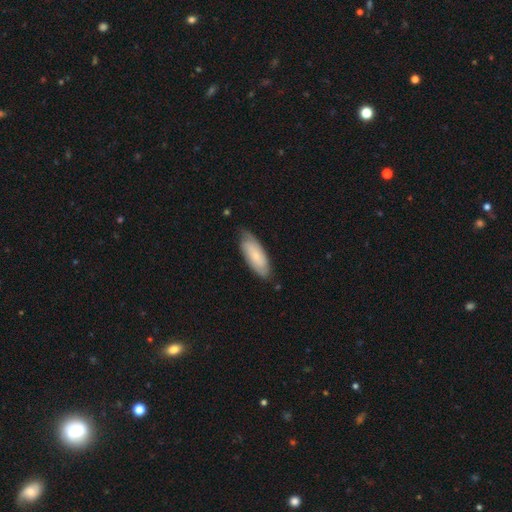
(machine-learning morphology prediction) This is possibly a smooth galaxy (60%). How rounded: likely in between (72%). Merging: likely none (72%).